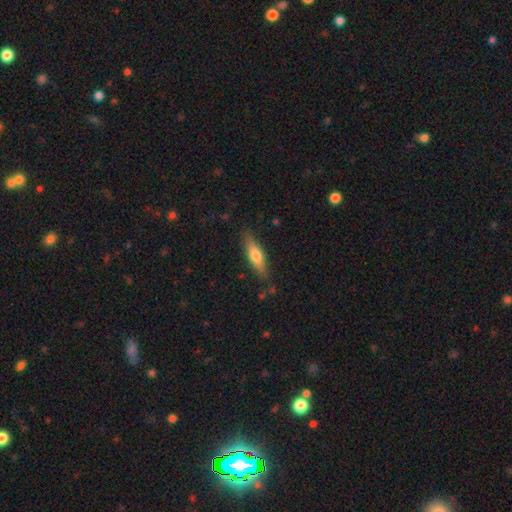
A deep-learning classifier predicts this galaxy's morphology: type=smooth (62%); roundness=cigar-shaped (60%); merging=none (82%).